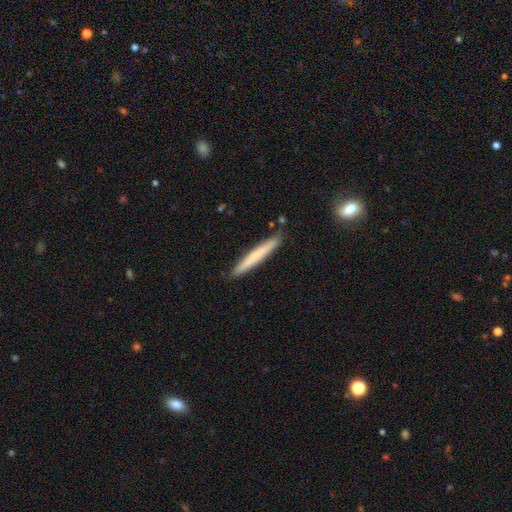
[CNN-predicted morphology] Smooth or featured? Predicted: smooth (p=0.63). How rounded? Predicted: cigar-shaped (p=0.96). Merging? Predicted: none (p=0.89).